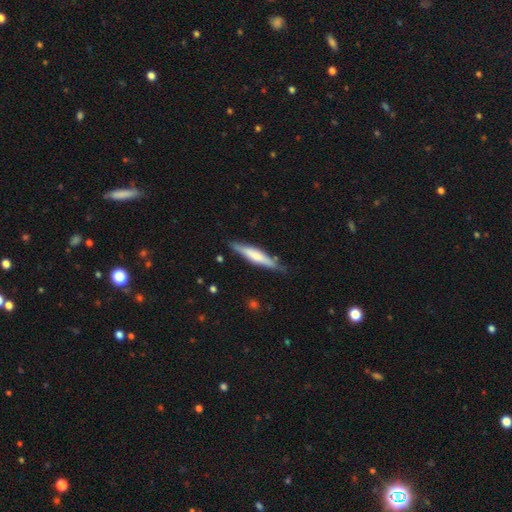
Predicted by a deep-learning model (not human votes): smooth-or-featured: smooth: 50% | featured or disk: 44% | star or artifact: 5%
  how-rounded: cigar-shaped: 88% | in between: 11% | round: 1%
  merging: none: 81% | minor disturbance: 14% | major disturbance: 3% | merger: 2%